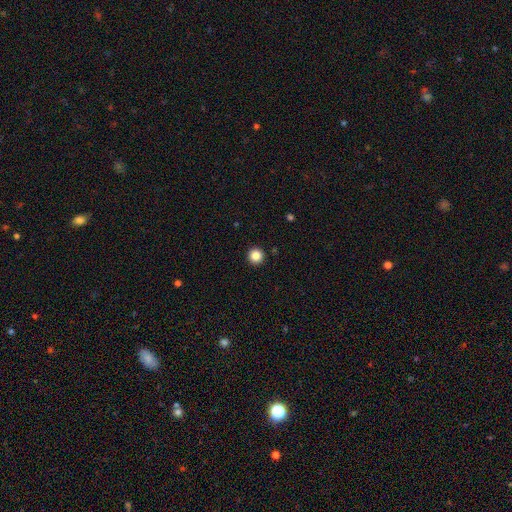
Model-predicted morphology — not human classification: A smooth galaxy with no disk features (86%) that is round (96%). Merging: none (94%).